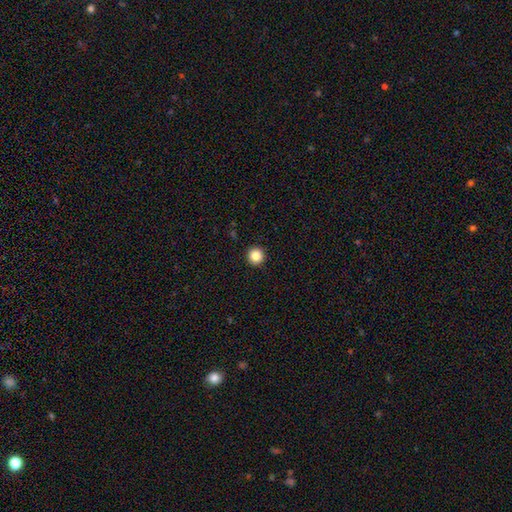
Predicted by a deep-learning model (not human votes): Smooth or featured? smooth (85%)
How rounded? round (96%)
Merging? none (93%)